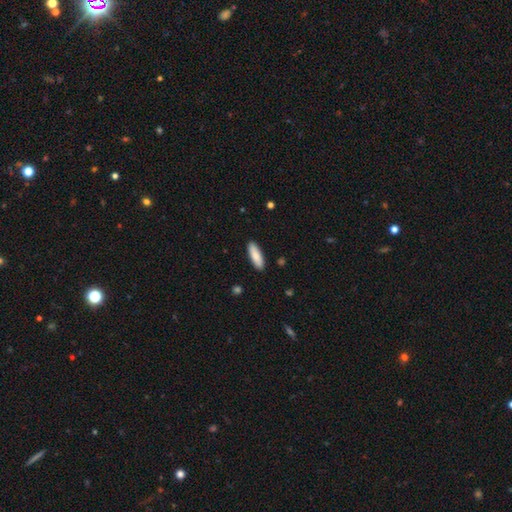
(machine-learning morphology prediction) Smooth or featured?
  - smooth: 85% *
  - featured or disk: 10%
  - star or artifact: 6%
How rounded?
  - in between: 54% *
  - cigar-shaped: 44%
  - round: 2%
Merging?
  - none: 89% *
  - minor disturbance: 8%
  - major disturbance: 2%
  - merger: 1%